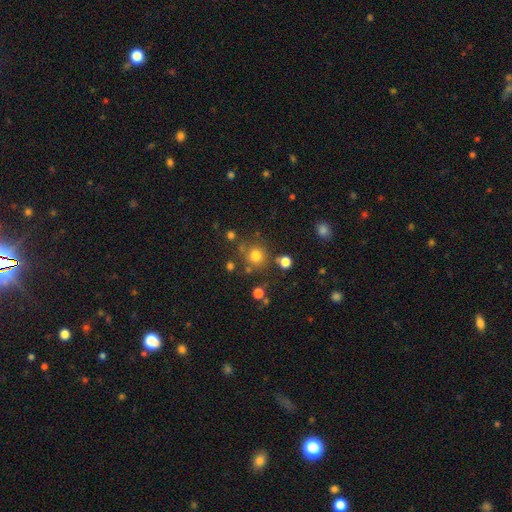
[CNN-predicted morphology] The model was most divided on "smooth or featured": smooth: 77%, star or artifact: 16%, featured or disk: 7%. More confident: how rounded — round (92%); merging — none (77%).